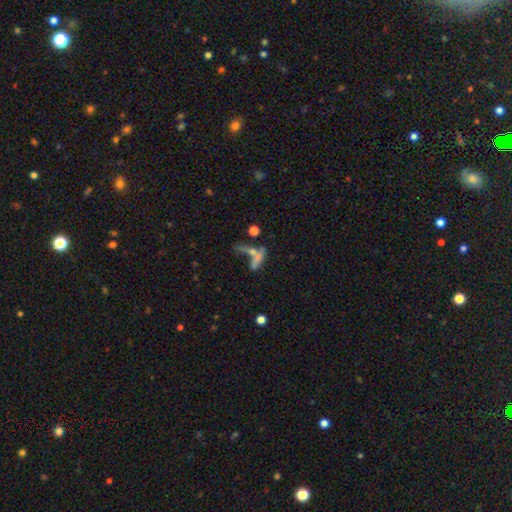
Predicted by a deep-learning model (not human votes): The model was most divided on "merging": merger: 43%, none: 29%, major disturbance: 16%, minor disturbance: 11%. More confident: how rounded — cigar-shaped (57%); smooth or featured — smooth (54%).